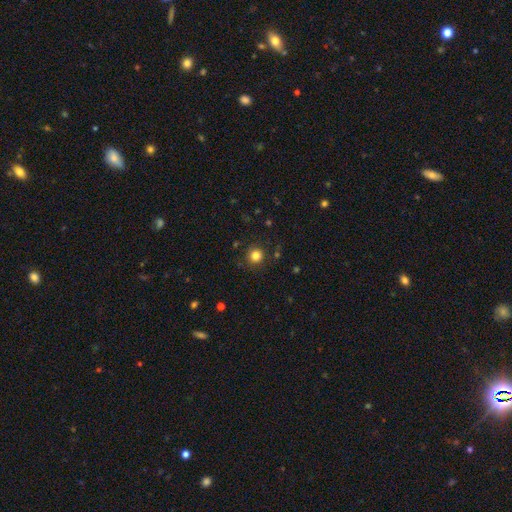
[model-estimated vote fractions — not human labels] Smooth or featured: smooth — 82% (star or artifact — 13%)
How rounded: round — 95% (in between — 4%)
Merging: none — 89% (minor disturbance — 7%)